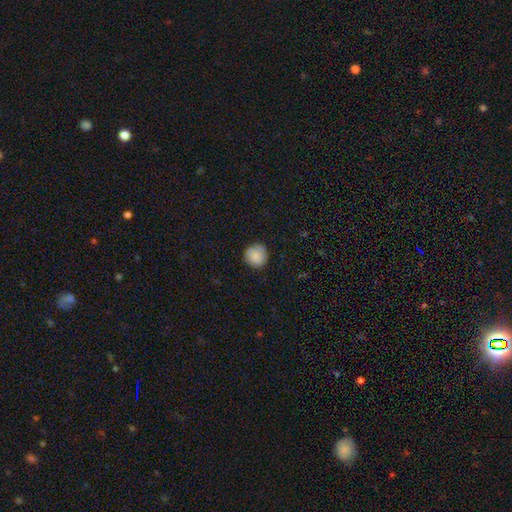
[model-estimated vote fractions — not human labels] Morphology: type=smooth (87%); roundness=round (92%); merging=none (85%).